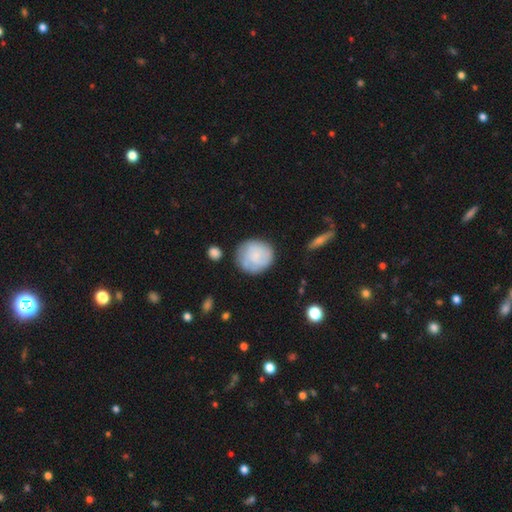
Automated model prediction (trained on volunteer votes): smooth_or_featured: smooth (p=0.64) [alt: featured or disk p=0.29]
how_rounded: round (p=0.88) [alt: in between p=0.11]
merging: none (p=0.73) [alt: minor disturbance p=0.18]